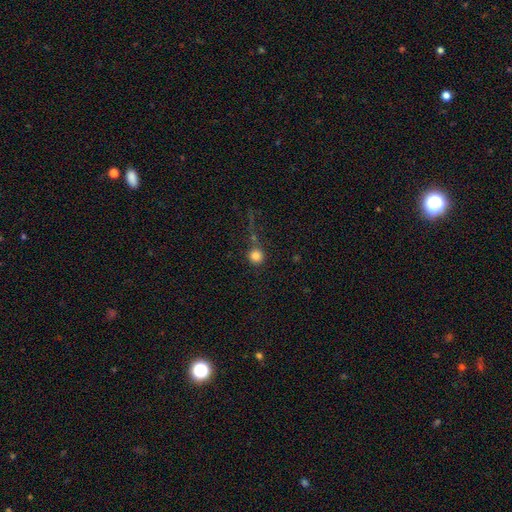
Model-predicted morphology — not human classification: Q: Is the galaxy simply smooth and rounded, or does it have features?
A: smooth — 82%.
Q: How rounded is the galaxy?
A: round — 94%.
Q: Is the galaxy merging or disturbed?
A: none — 66%.